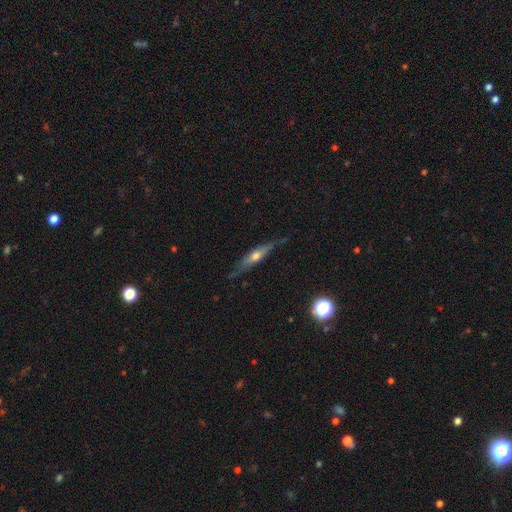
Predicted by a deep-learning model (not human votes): This appears to be a featured or disk galaxy (57%) viewed edge-on (88%) with a rounded central bulge (85%). Merging: none (72%).